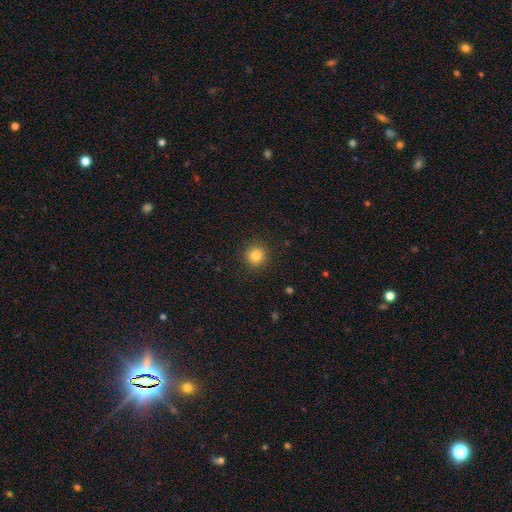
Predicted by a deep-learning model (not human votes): Smooth or featured? smooth (83%)
How rounded? round (93%)
Merging? none (91%)